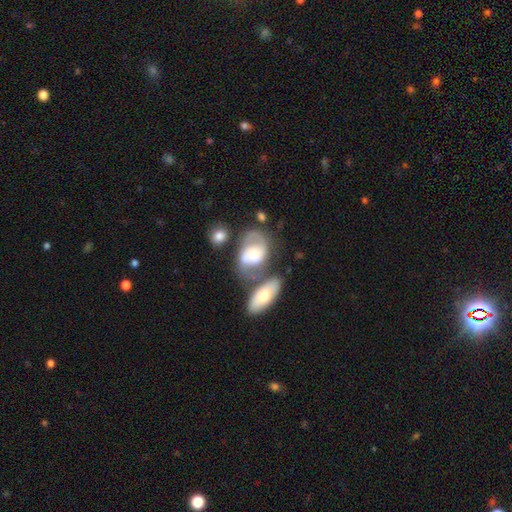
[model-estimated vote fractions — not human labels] This is likely a featured or disk galaxy (73%). It is clearly not viewed edge-on (95%). Bar: possibly no (58%). Spiral arm pattern: clearly yes (87%). Spiral arm count: likely 2 (76%). Spiral winding: marginally medium (44%). Central bulge: likely moderate (67%). Merging: marginally none (42%).